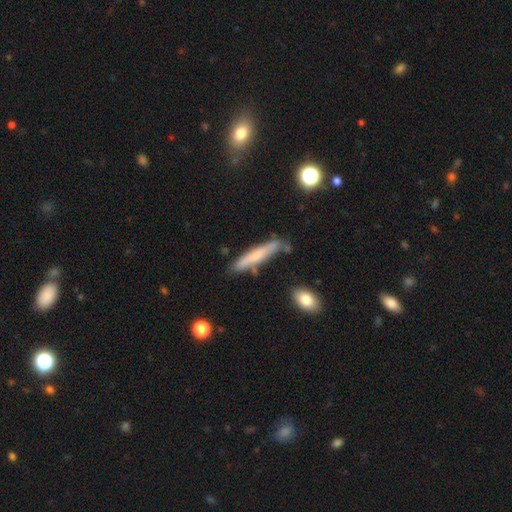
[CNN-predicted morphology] This is possibly a smooth galaxy (59%). How rounded: clearly cigar-shaped (91%). Merging: likely none (74%).